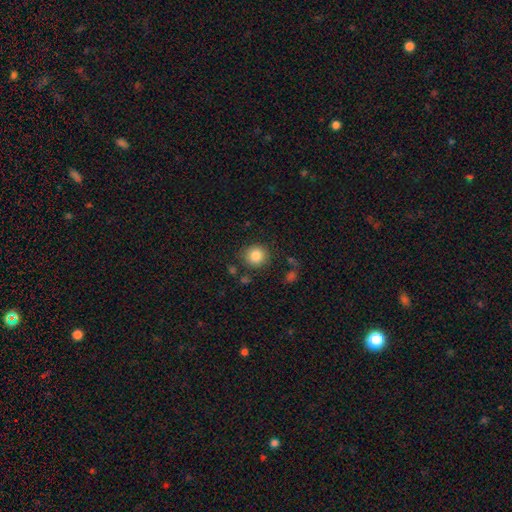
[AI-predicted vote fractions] smooth-or-featured: smooth: 84% | star or artifact: 10% | featured or disk: 6%
  how-rounded: round: 90% | in between: 9% | cigar-shaped: 1%
  merging: none: 85% | minor disturbance: 9% | major disturbance: 3% | merger: 3%